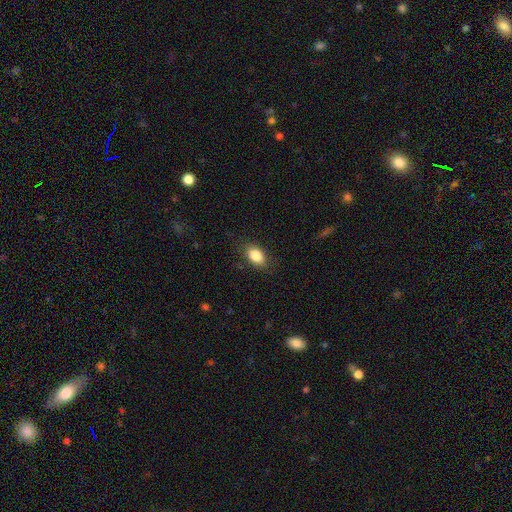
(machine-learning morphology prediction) This is clearly a smooth galaxy (86%). How rounded: clearly in between (87%). Merging: clearly none (83%).